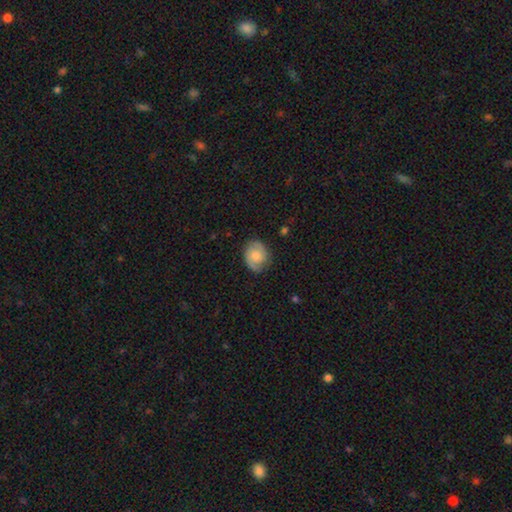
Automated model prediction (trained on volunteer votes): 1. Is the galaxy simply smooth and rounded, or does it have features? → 61% featured or disk, 32% smooth, 7% star or artifact.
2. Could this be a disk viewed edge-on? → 97% no, 3% yes.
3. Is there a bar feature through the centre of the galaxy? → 63% no, 32% weak, 5% strong.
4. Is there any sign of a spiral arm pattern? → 92% yes, 8% no.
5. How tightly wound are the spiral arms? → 45% medium, 40% tight, 15% loose.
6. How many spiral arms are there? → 85% 2, 8% can't tell, 3% 1, 2% 3, 1% 4, 1% more than 4.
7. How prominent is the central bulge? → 46% moderate, 32% small, 11% none, 10% large, 2% dominant.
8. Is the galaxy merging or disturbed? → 79% none, 15% minor disturbance, 4% major disturbance, 1% merger.